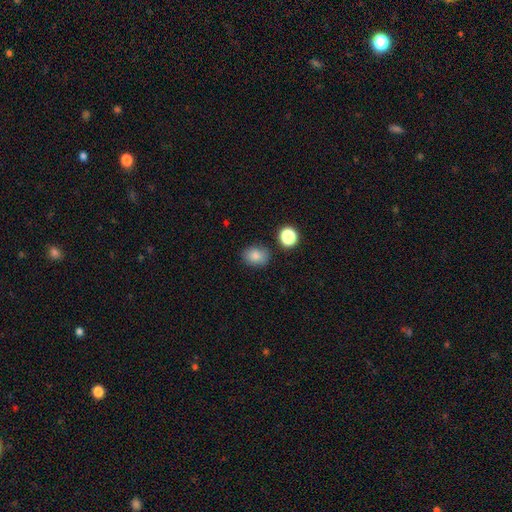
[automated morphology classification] smooth_or_featured: smooth (p=0.83) [alt: star or artifact p=0.10]
how_rounded: in between (p=0.51) [alt: round p=0.48]
merging: none (p=0.81) [alt: minor disturbance p=0.12]